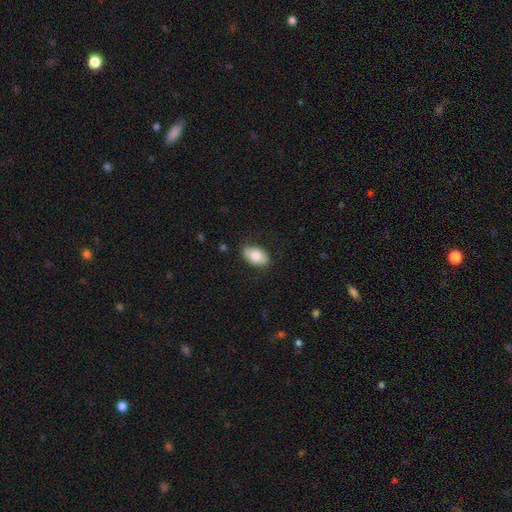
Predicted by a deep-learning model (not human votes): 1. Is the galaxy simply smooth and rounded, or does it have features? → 75% smooth, 18% featured or disk, 7% star or artifact.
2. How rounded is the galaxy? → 91% in between, 8% round, 2% cigar-shaped.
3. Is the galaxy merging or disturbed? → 78% none, 17% minor disturbance, 4% major disturbance, 1% merger.